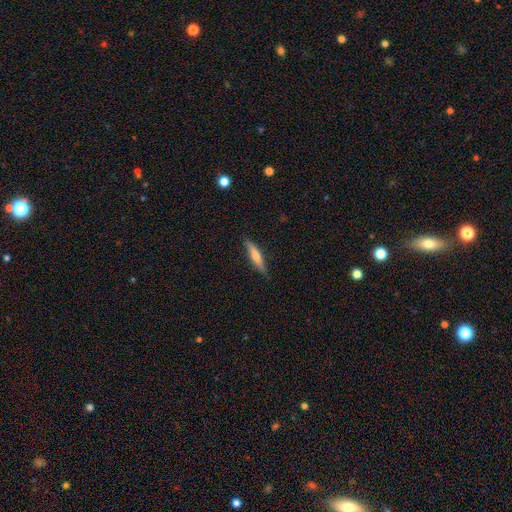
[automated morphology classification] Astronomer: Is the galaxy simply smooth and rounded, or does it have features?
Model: smooth — 54% (runner-up: featured or disk, 40%).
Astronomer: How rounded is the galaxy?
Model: cigar-shaped — 88%.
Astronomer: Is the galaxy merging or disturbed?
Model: none — 86%.